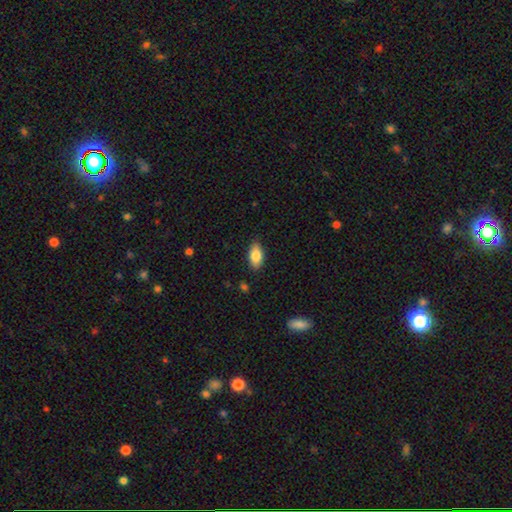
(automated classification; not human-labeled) This is clearly a smooth galaxy (84%). How rounded: clearly in between (90%). Merging: clearly none (84%).